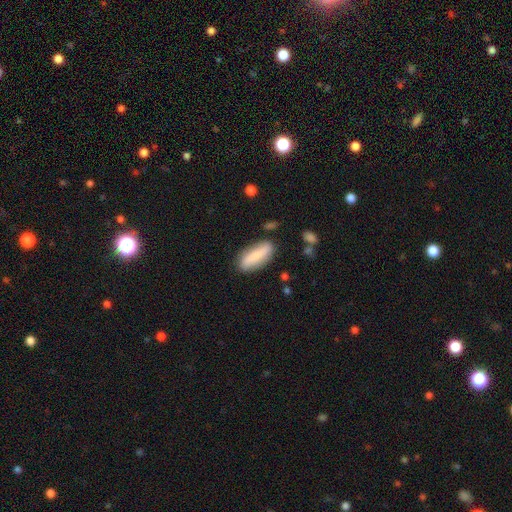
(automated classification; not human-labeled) A smooth galaxy with no disk features (72%) that is in between round and cigar-shaped (61%).

Vote fractions:
- Smooth or featured? smooth: 72% / featured or disk: 21% / star or artifact: 6%
- How rounded? in between: 61% / cigar-shaped: 37% / round: 2%
- Merging? none: 80% / minor disturbance: 14% / major disturbance: 3% / merger: 3%